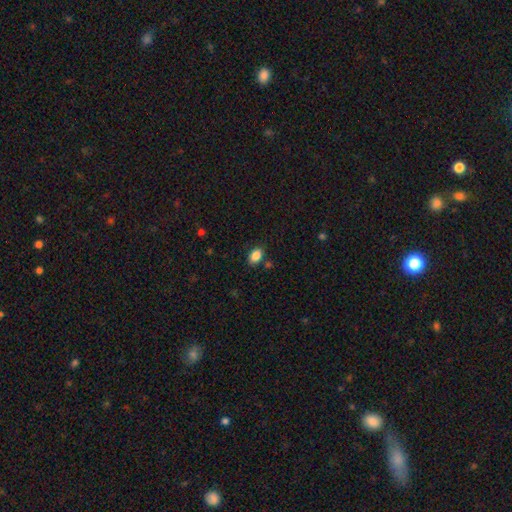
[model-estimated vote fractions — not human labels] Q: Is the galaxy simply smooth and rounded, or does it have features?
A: smooth — 87%.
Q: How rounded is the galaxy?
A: in between — 83%.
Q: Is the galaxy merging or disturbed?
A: none — 82%.